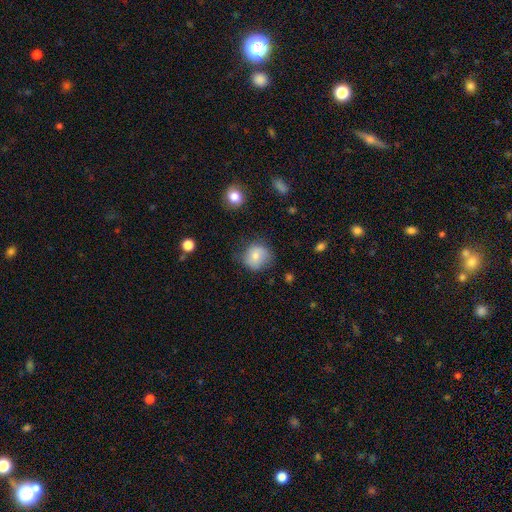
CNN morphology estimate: type=smooth (76%); roundness=round (82%); merging=none (68%).